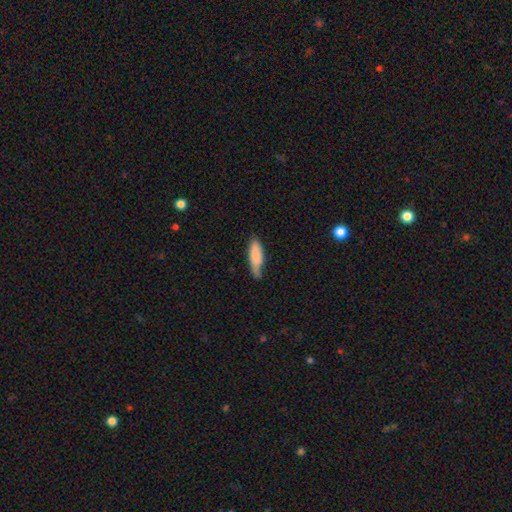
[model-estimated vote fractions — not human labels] Smooth or featured? Predicted: smooth (p=0.83). How rounded? Predicted: cigar-shaped (p=0.49, tied with in between). Merging? Predicted: none (p=0.54).